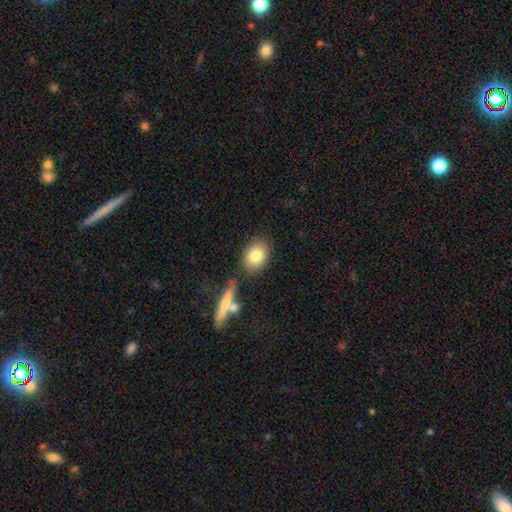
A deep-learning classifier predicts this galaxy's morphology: type=smooth (80%); roundness=in between (63%); merging=none (75%).